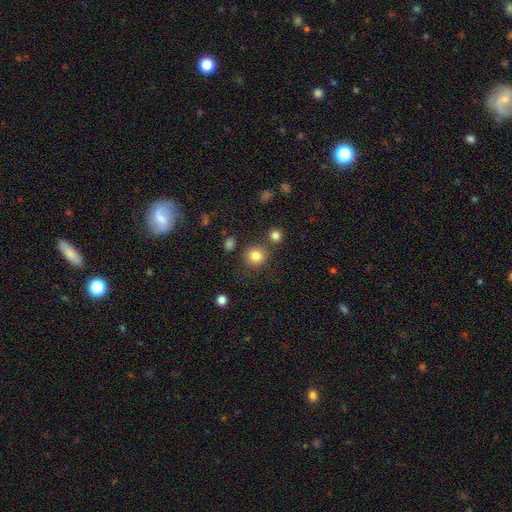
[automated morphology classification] Smooth or featured? Predicted: smooth (p=0.82). How rounded? Predicted: round (p=0.88). Merging? Predicted: none (p=0.79).